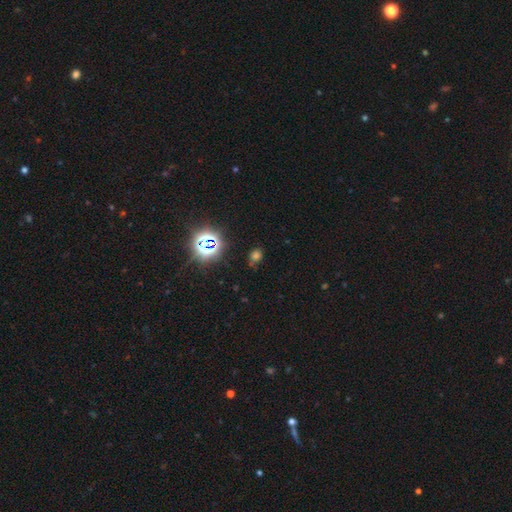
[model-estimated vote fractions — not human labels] Overall: smooth (48%; star or artifact 44%). Merging: none (69%).